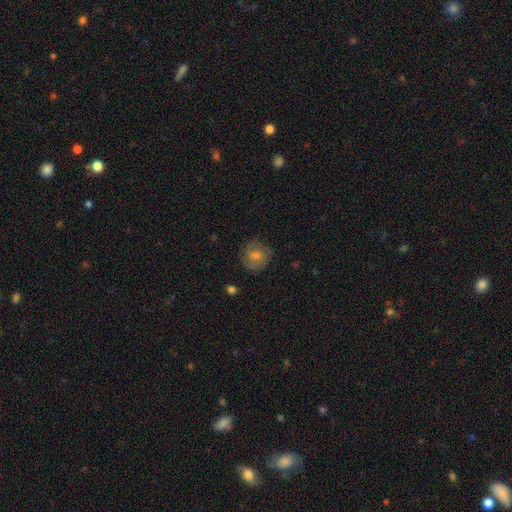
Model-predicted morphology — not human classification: smooth_or_featured: featured or disk (p=0.48) [alt: smooth p=0.40]
merging: none (p=0.81) [alt: minor disturbance p=0.13]